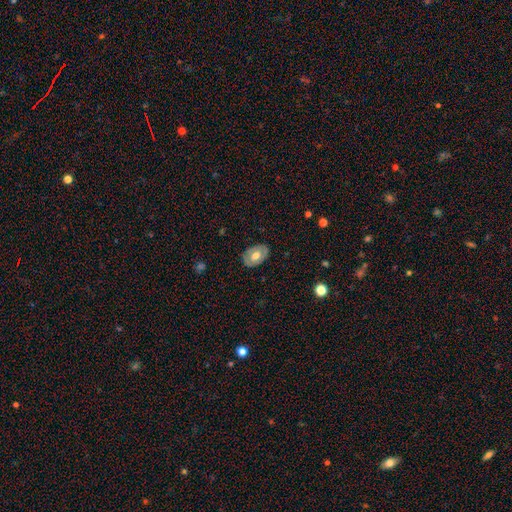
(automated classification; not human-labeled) smooth-or-featured: smooth: 49% | featured or disk: 45% | star or artifact: 6%
  merging: none: 81% | minor disturbance: 14% | major disturbance: 3% | merger: 1%